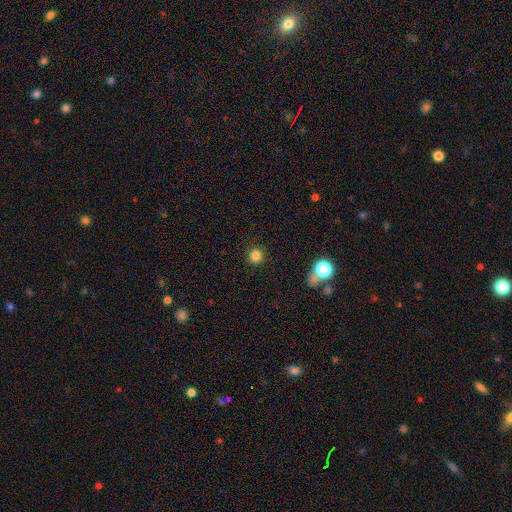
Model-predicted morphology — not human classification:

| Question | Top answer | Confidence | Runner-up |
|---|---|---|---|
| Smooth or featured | smooth | 83% | star or artifact (12%) |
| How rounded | round | 95% | in between (4%) |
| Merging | none | 90% | minor disturbance (6%) |